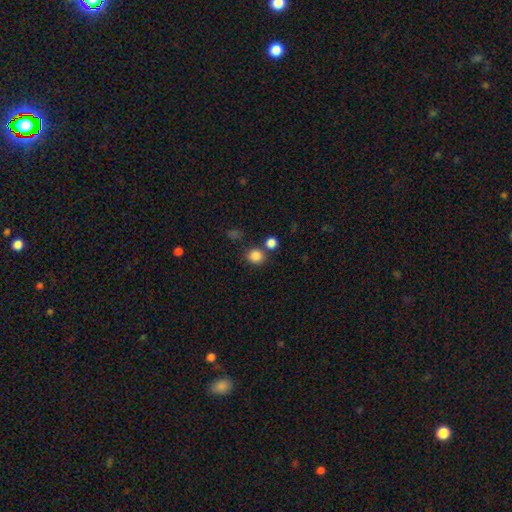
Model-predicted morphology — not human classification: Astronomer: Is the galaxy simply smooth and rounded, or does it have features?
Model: smooth — 85%.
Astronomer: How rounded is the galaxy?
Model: round — 81%.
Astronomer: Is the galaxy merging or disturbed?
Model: none — 72%.